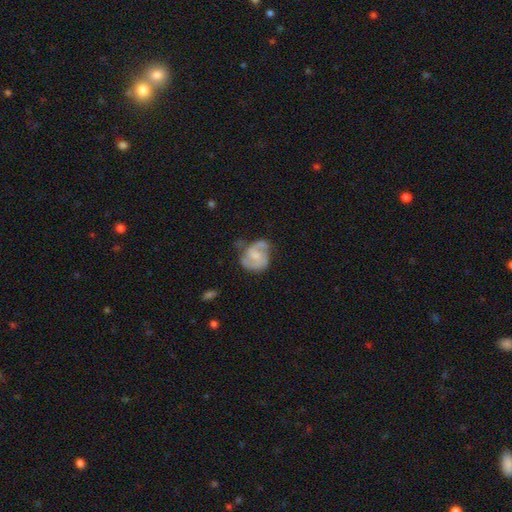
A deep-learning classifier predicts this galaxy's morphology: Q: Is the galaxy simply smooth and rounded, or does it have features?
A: featured or disk — 69%.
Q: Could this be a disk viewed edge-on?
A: no — 98%.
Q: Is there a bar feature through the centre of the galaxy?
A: no — 52%.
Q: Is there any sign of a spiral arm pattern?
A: yes — 88%.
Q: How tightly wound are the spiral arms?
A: medium — 51%.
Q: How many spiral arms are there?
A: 2 — 77%.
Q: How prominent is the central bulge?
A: moderate — 39%.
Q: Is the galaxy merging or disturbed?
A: none — 50%.